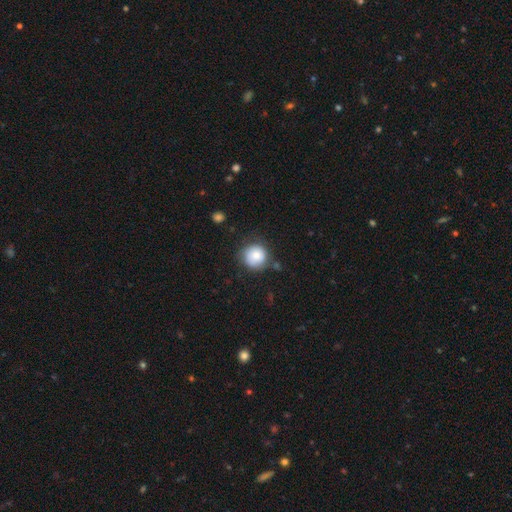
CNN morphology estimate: Overall: smooth (81%). How rounded: round (93%). Merging: none (73%).